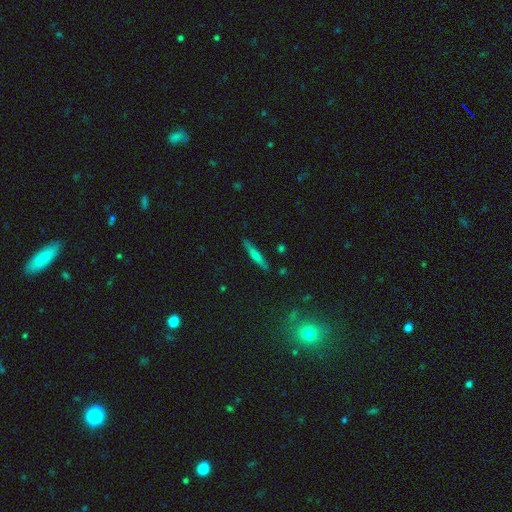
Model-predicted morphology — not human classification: Overall: smooth (56%; featured or disk 36%). How rounded: cigar-shaped (93%). Merging: none (88%).